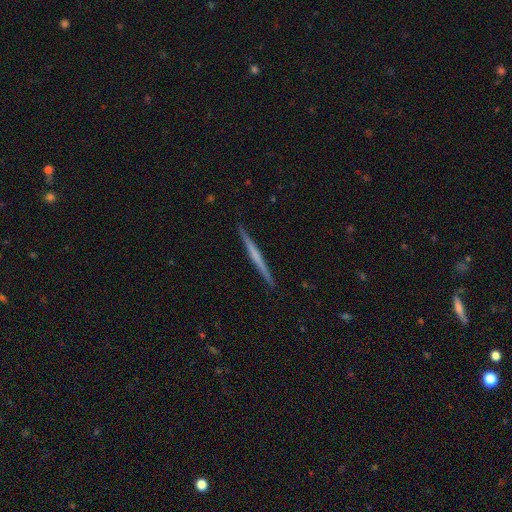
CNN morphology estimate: Smooth or featured? Predicted: featured or disk (p=0.59). Edge-on disk? Predicted: yes (p=0.98). Edge-on bulge? Predicted: none (p=0.79). Merging? Predicted: none (p=0.92).